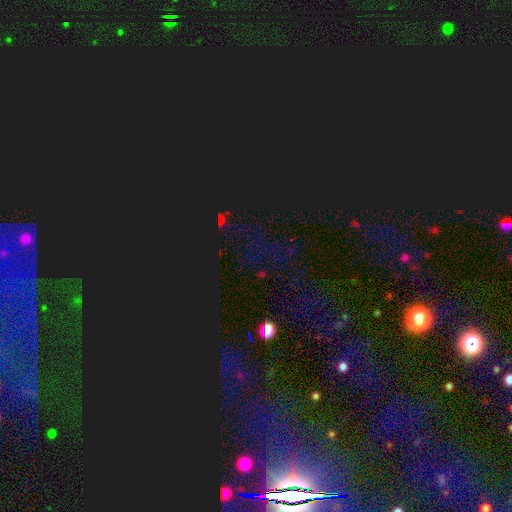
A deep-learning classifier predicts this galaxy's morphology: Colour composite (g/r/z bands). It shows a star or artifact, not a galaxy (75%).